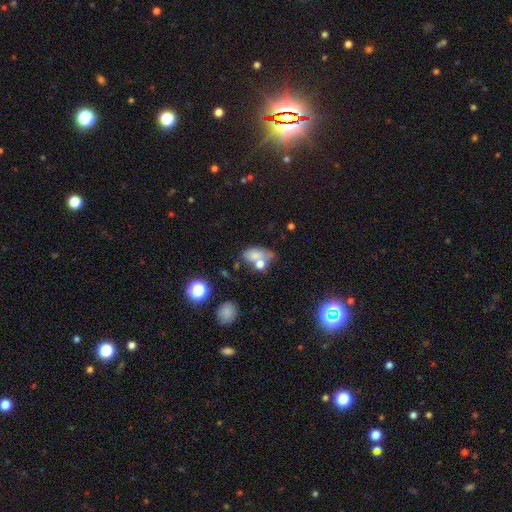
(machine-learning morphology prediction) smooth-or-featured: smooth: 66% | featured or disk: 21% | star or artifact: 13%
  how-rounded: in between: 84% | round: 12% | cigar-shaped: 3%
  merging: merger: 36% | none: 34% | minor disturbance: 19% | major disturbance: 11%